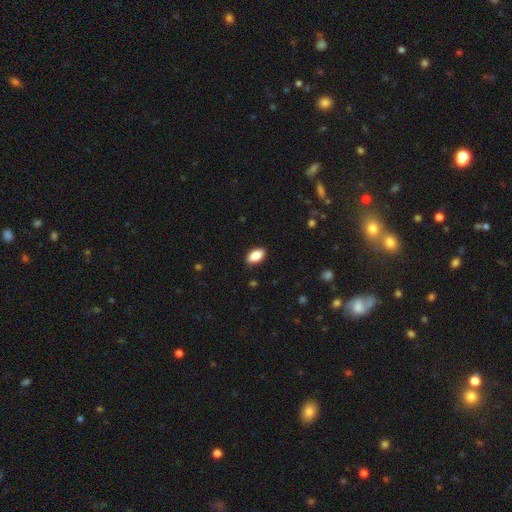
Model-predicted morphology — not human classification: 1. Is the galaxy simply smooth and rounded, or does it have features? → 88% smooth, 7% star or artifact, 6% featured or disk.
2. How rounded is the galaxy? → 92% in between, 4% cigar-shaped, 4% round.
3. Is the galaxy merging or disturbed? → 88% none, 9% minor disturbance, 2% major disturbance, 1% merger.